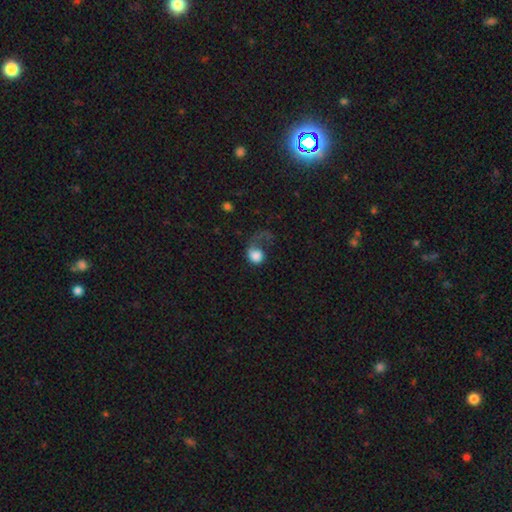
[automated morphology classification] type=smooth (72%); roundness=round (65%); merging=major disturbance (60%).